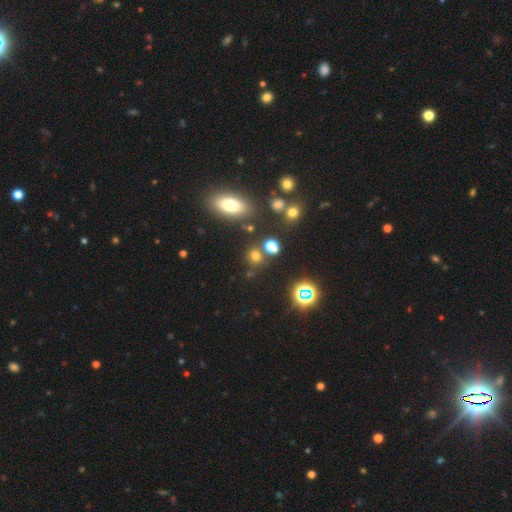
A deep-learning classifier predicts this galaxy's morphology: Q: Smooth or featured?
A: smooth (66%); runner-up: star or artifact (26%)
Q: How rounded?
A: round (78%); runner-up: in between (20%)
Q: Merging?
A: none (74%); runner-up: merger (12%)